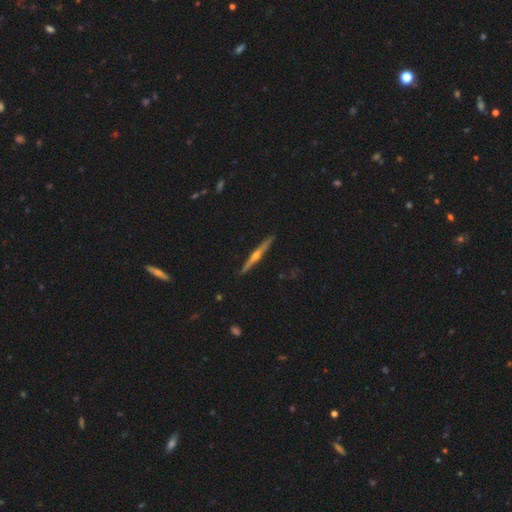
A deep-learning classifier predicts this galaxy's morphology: featured or disk 76%, smooth 19%, star or artifact 5%. Down the decision tree: edge-on disk — yes (98%); edge-on bulge — rounded (89%); merging — none (91%).